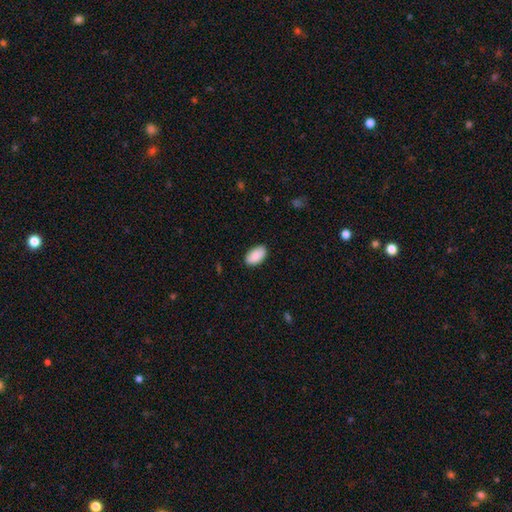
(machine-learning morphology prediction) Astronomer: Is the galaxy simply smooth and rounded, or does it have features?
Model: smooth — 90%.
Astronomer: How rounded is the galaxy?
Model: in between — 95%.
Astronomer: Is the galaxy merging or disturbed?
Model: none — 86%.